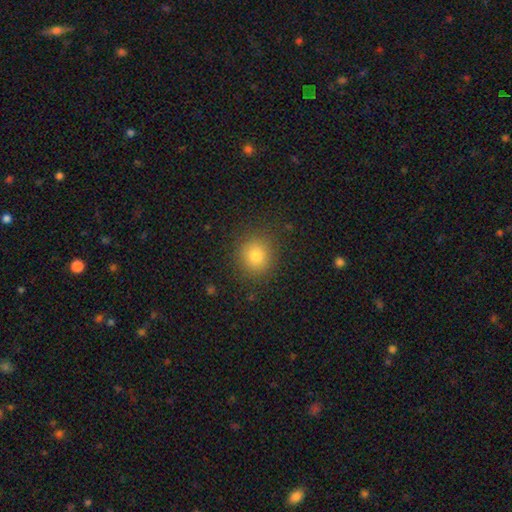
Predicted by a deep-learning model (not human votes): Overall: smooth (80%). How rounded: round (86%). Merging: none (88%).